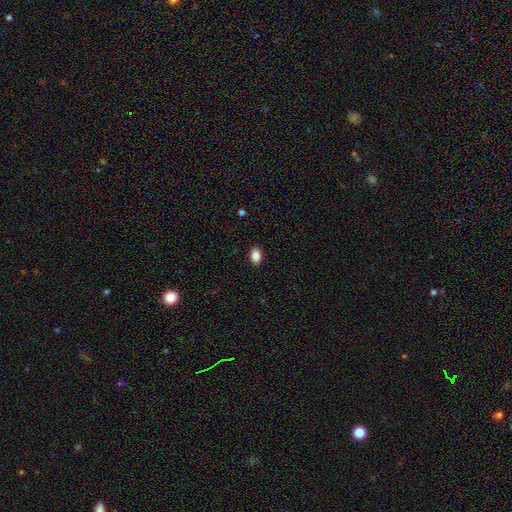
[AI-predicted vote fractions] Overall: smooth (87%). How rounded: in between (86%). Merging: none (90%).